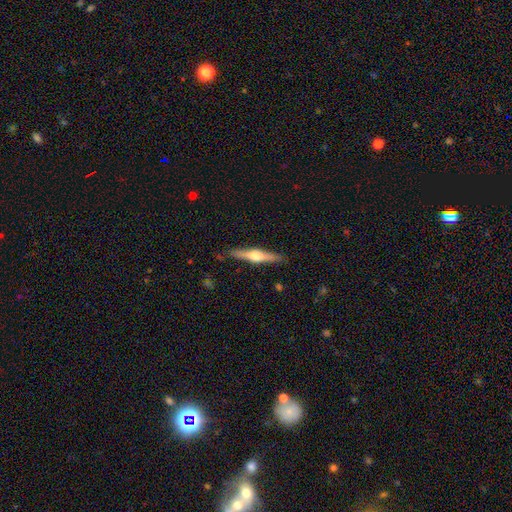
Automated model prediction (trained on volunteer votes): Smooth or featured: featured or disk — 66% (smooth — 28%)
Edge-on disk: yes — 97% (no — 3%)
Edge-on bulge: rounded — 93% (boxy — 5%)
Merging: none — 88% (minor disturbance — 9%)